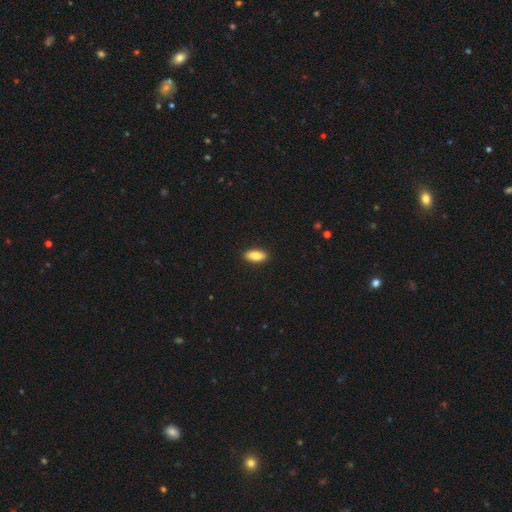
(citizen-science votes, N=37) smooth_or_featured: smooth (p=0.86) [alt: featured or disk p=0.11]
how_rounded: in between (p=0.88) [alt: round p=0.06]
merging: none (p=0.97) [alt: major disturbance p=0.03]